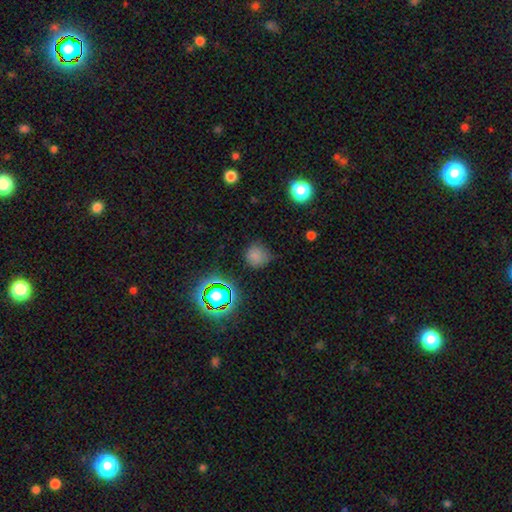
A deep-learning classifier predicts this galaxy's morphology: smooth 72%, star or artifact 21%, featured or disk 7%. Down the decision tree: how rounded — round (90%); merging — none (72%).